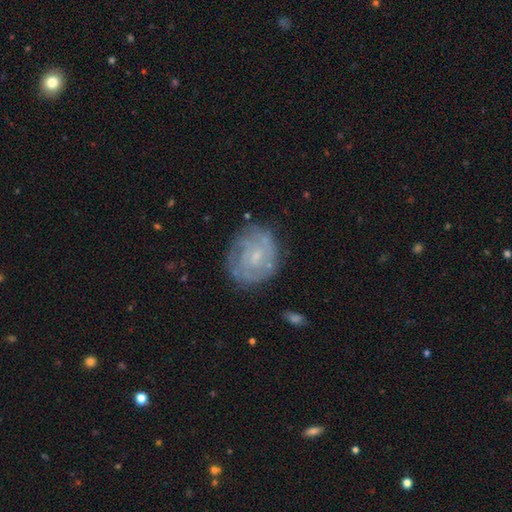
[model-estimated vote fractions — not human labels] featured or disk 71%, smooth 21%, star or artifact 8%. Down the decision tree: edge-on disk — no (98%); bar — no (52%); spiral arms — yes (81%); spiral arm count — can't tell (45%); spiral winding — tight (63%); bulge size — small (63%); merging — none (75%).